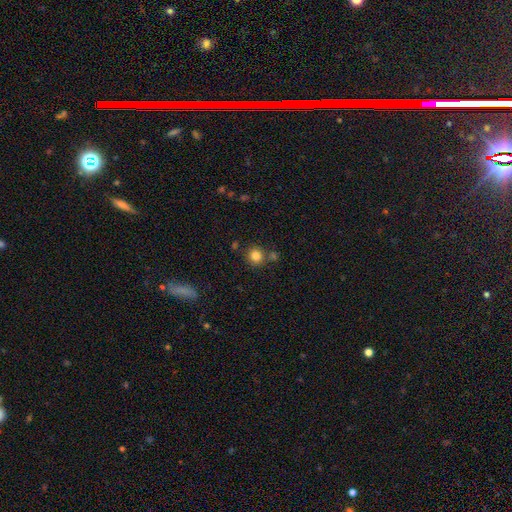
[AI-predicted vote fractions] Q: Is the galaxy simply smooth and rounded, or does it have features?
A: smooth — 82%.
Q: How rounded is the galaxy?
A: round — 89%.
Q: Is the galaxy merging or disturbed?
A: none — 77%.